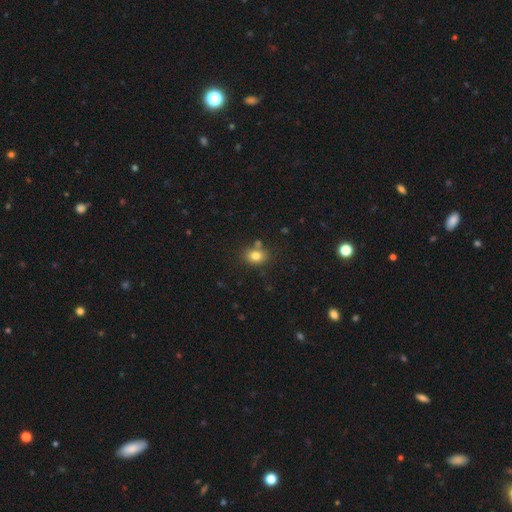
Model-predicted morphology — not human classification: smooth 80%, star or artifact 11%, featured or disk 8%. Down the decision tree: how rounded — in between (54%); merging — none (72%).